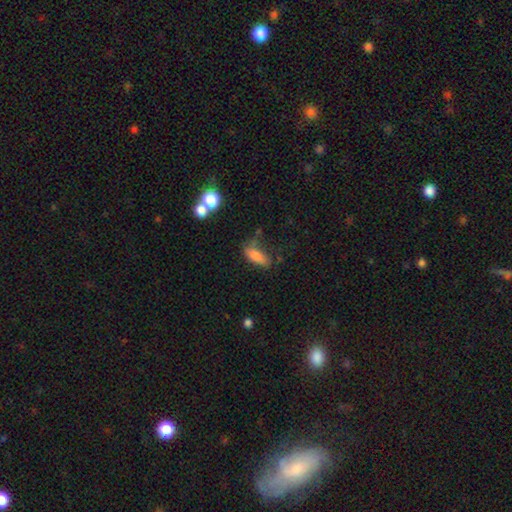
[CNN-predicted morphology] smooth_or_featured: smooth (p=0.79) [alt: featured or disk p=0.11]
how_rounded: in between (p=0.74) [alt: cigar-shaped p=0.23]
merging: none (p=0.48) [alt: minor disturbance p=0.29]